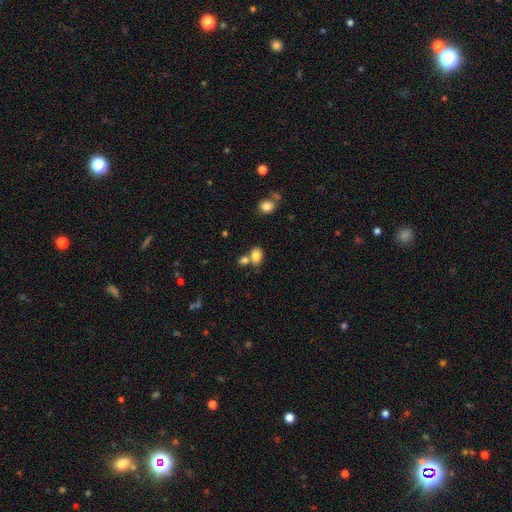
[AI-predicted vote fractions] Smooth or featured? Predicted: smooth (p=0.82). How rounded? Predicted: in between (p=0.79). Merging? Predicted: none (p=0.48).